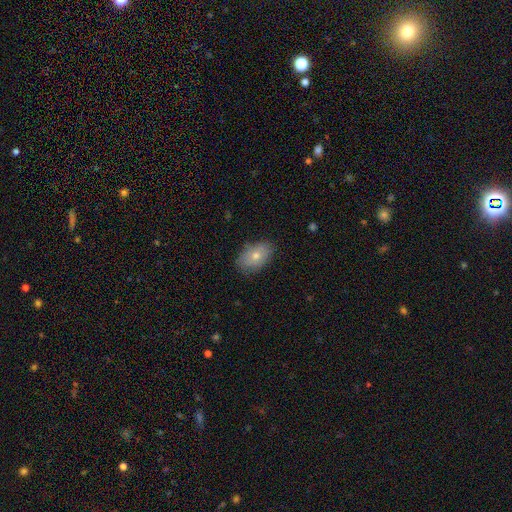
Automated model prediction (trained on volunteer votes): Smooth or featured? Predicted: smooth (p=0.71). How rounded? Predicted: in between (p=0.90). Merging? Predicted: none (p=0.83).